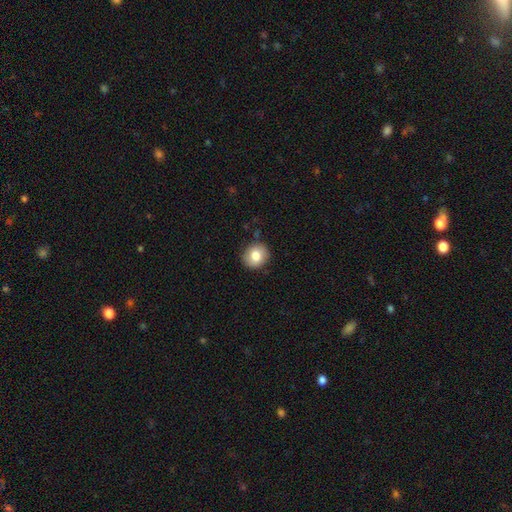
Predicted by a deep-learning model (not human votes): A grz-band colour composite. It shows a smooth galaxy with no disk features (79%) that is round (84%). Merging: none (87%).